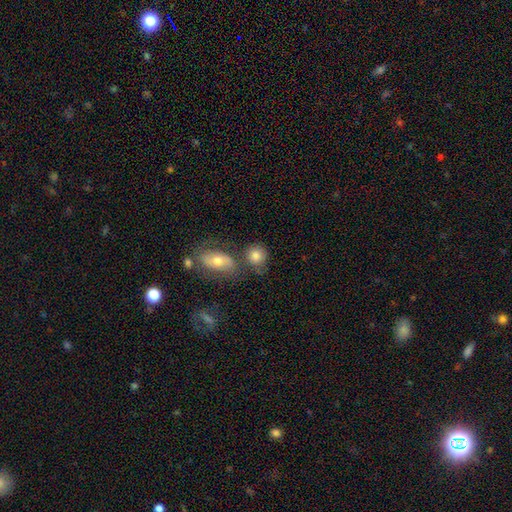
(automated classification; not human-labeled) Smooth or featured? smooth (81%)
How rounded? round (74%)
Merging? none (59%)